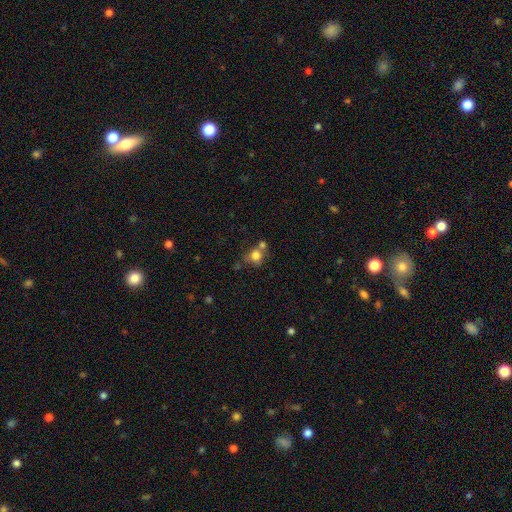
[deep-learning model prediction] smooth-or-featured: smooth: 76% | featured or disk: 12% | star or artifact: 12%
  how-rounded: round: 74% | in between: 25% | cigar-shaped: 1%
  merging: none: 44% | merger: 37% | minor disturbance: 13% | major disturbance: 7%